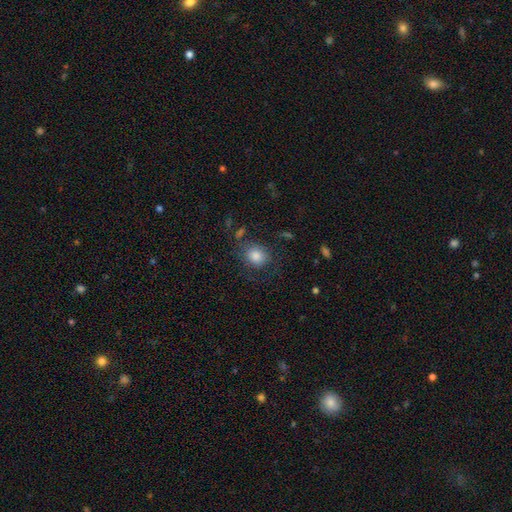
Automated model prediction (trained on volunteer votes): Smooth or featured: smooth — 82% (star or artifact — 10%)
How rounded: round — 71% (in between — 28%)
Merging: none — 72% (minor disturbance — 16%)